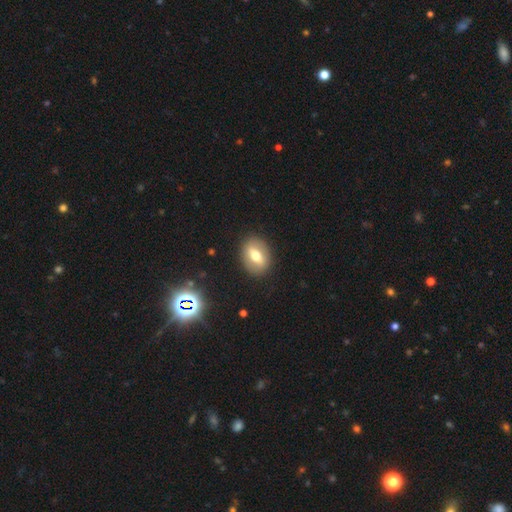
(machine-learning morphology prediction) Overall: smooth (54%; featured or disk 37%). How rounded: in between (68%; round 30%). Merging: none (87%).